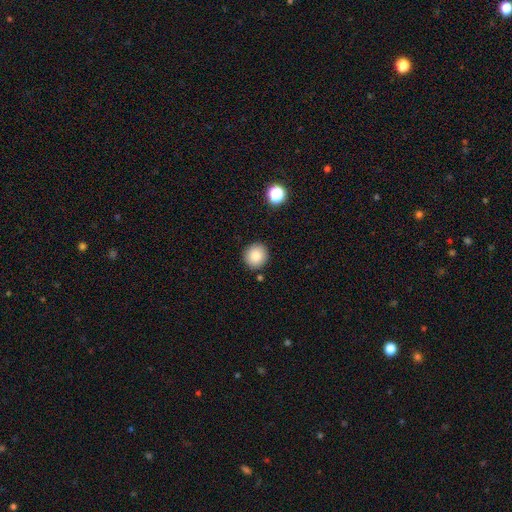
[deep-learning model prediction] smooth_or_featured: smooth (p=0.86) [alt: star or artifact p=0.09]
how_rounded: round (p=0.91) [alt: in between p=0.08]
merging: none (p=0.89) [alt: minor disturbance p=0.07]